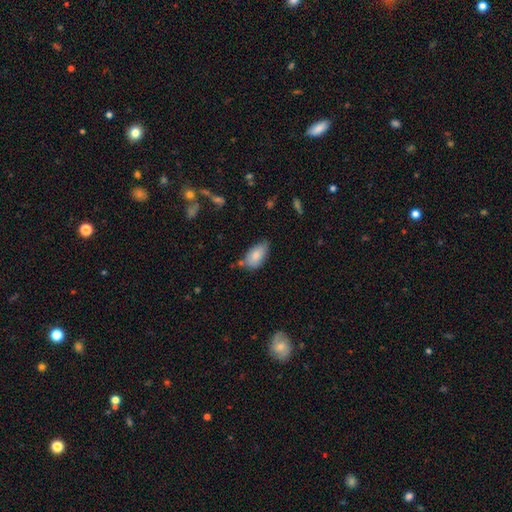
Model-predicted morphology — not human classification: Smooth or featured? smooth (82%)
How rounded? in between (93%)
Merging? none (59%)